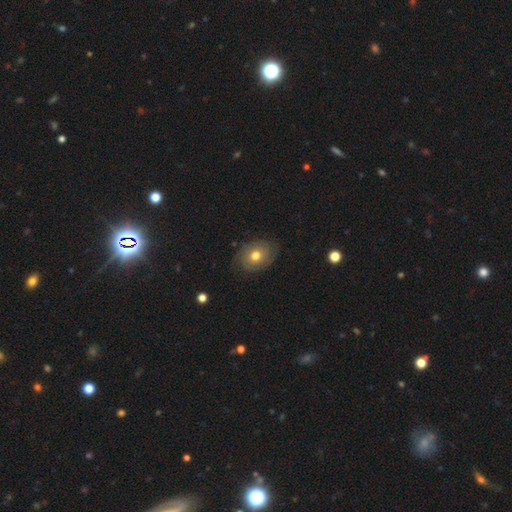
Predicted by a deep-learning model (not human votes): Smooth or featured?
  - smooth: 65% *
  - featured or disk: 25%
  - star or artifact: 10%
How rounded?
  - in between: 59% *
  - round: 40%
  - cigar-shaped: 1%
Merging?
  - none: 78% *
  - minor disturbance: 17%
  - major disturbance: 4%
  - merger: 1%